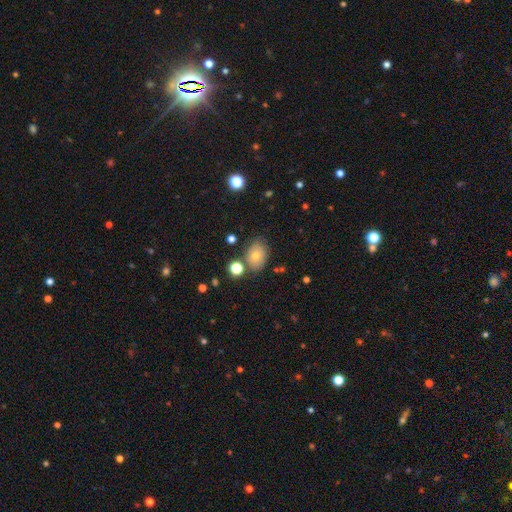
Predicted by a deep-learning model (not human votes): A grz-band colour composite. It shows a smooth galaxy with no disk features (66%) that is in between round and cigar-shaped (71%). Merging: none (75%).